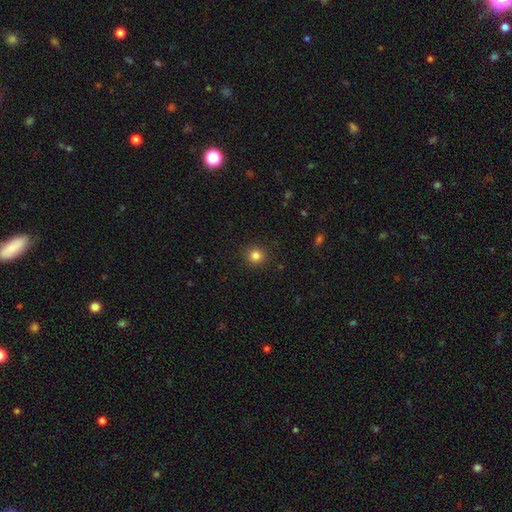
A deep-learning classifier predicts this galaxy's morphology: Smooth or featured? smooth (83%)
How rounded? round (92%)
Merging? none (91%)